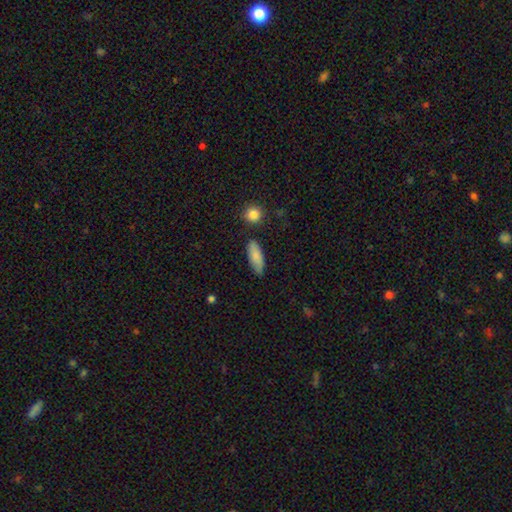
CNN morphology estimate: Smooth or featured: smooth — 85% (featured or disk — 9%)
How rounded: in between — 70% (cigar-shaped — 27%)
Merging: none — 78% (minor disturbance — 15%)